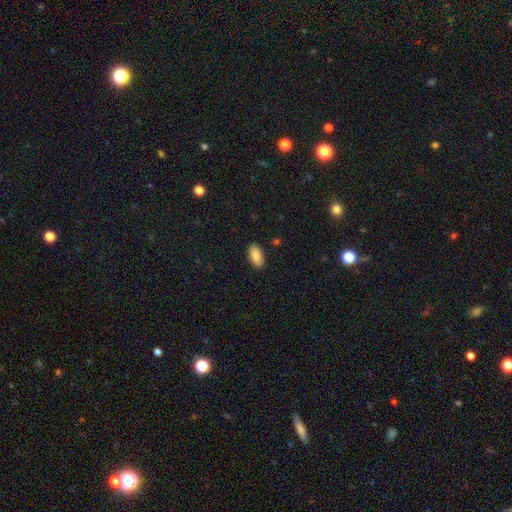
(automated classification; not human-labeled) Smooth or featured? smooth (86%)
How rounded? in between (91%)
Merging? none (89%)